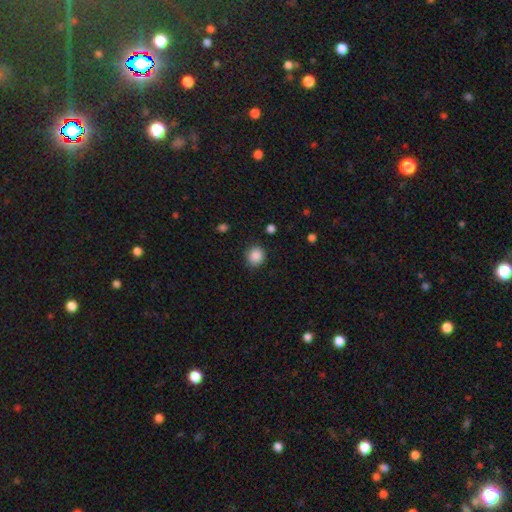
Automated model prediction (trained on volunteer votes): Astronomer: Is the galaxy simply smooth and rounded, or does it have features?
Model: smooth — 88%.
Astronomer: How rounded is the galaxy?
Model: round — 90%.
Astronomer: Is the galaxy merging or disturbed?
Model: none — 88%.